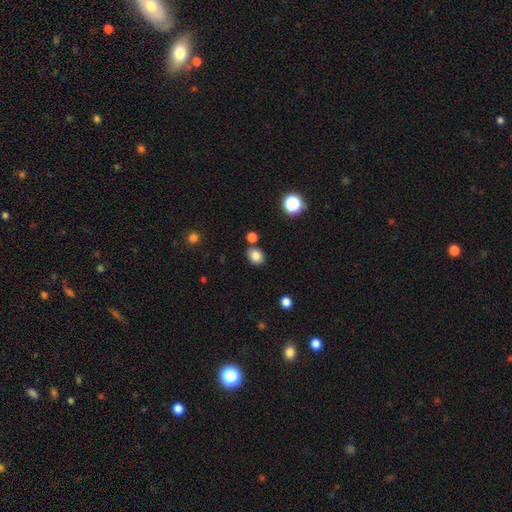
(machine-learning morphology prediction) This appears to be a smooth galaxy with no disk features (83%) that is round (60%). Merging: none (78%).